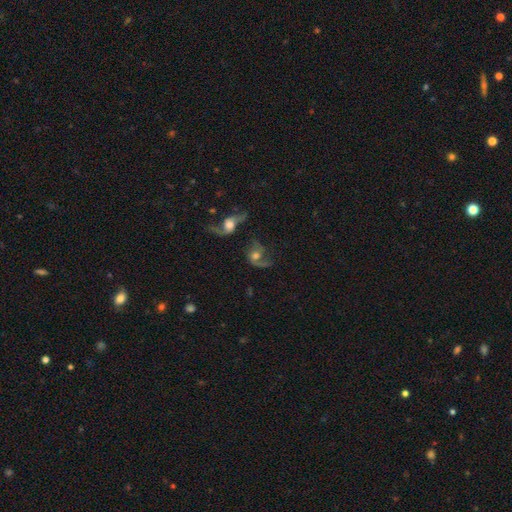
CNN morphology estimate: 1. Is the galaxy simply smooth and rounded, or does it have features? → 73% featured or disk, 18% smooth, 9% star or artifact.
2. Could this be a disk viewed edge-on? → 96% no, 4% yes.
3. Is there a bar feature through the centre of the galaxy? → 68% no, 26% weak, 6% strong.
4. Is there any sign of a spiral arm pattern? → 87% yes, 13% no.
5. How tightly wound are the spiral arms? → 64% loose, 29% medium, 7% tight.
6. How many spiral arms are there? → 63% 2, 26% 1, 5% can't tell, 2% 3, 1% 4, 1% more than 4.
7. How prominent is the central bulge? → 58% moderate, 19% small, 17% large, 4% none, 2% dominant.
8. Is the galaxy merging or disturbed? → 35% none, 31% major disturbance, 18% merger, 16% minor disturbance.